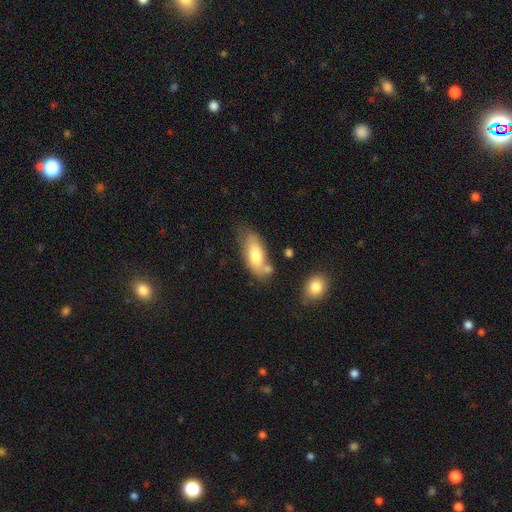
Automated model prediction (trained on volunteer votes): Morphology: type=smooth (70%); roundness=in between (82%); merging=none (48%).